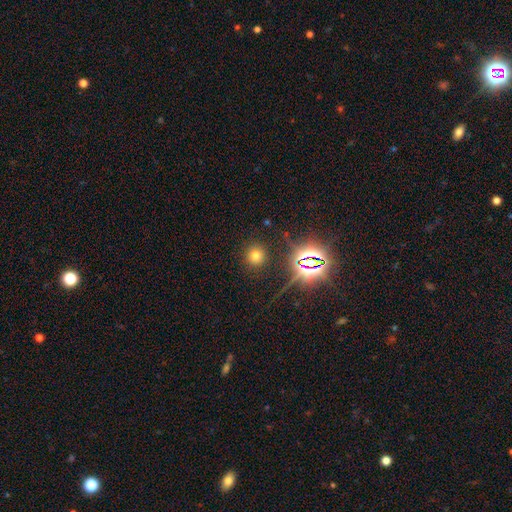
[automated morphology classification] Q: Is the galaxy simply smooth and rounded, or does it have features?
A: smooth — 66%.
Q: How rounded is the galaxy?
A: round — 92%.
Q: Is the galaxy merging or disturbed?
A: none — 88%.